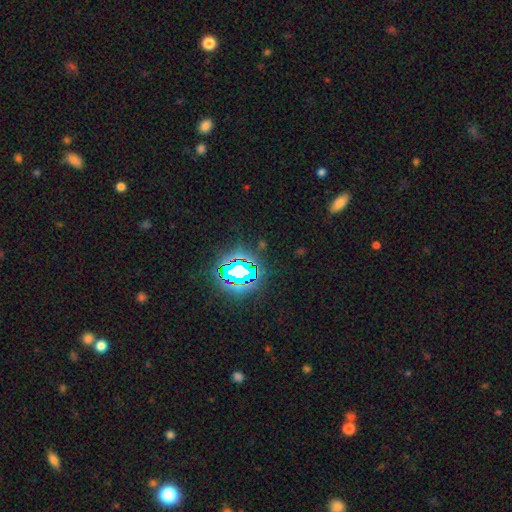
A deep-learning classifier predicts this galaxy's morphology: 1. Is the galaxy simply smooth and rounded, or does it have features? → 81% star or artifact, 12% smooth, 7% featured or disk.